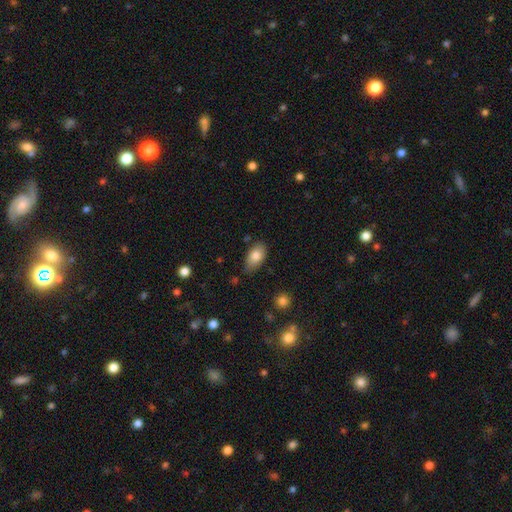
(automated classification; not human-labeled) A smooth galaxy with no disk features (81%) that is in between round and cigar-shaped (92%).

Vote fractions:
- Smooth or featured? smooth: 81% / featured or disk: 12% / star or artifact: 7%
- How rounded? in between: 92% / round: 5% / cigar-shaped: 3%
- Merging? none: 73% / minor disturbance: 21% / major disturbance: 3% / merger: 3%